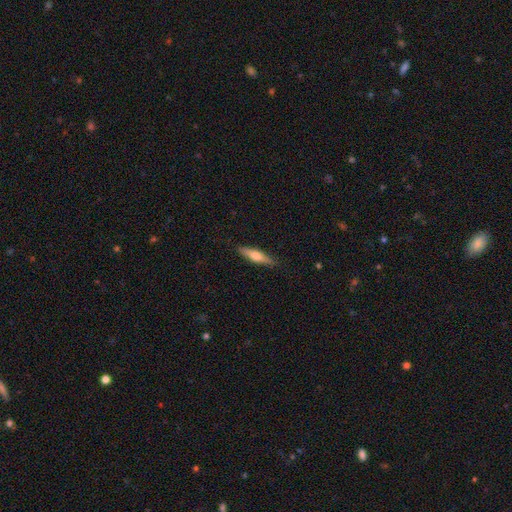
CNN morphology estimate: smooth-or-featured: smooth: 53% | featured or disk: 41% | star or artifact: 6%
  how-rounded: cigar-shaped: 76% | in between: 22% | round: 2%
  merging: none: 88% | minor disturbance: 9% | major disturbance: 2% | merger: 1%